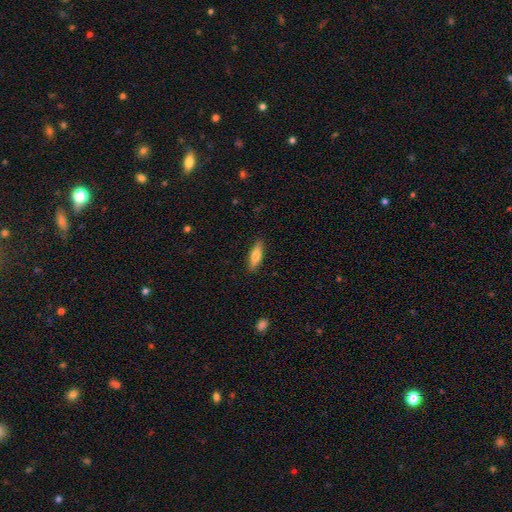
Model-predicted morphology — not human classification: Overall: smooth (70%). How rounded: cigar-shaped (53%; in between 45%). Merging: none (88%).